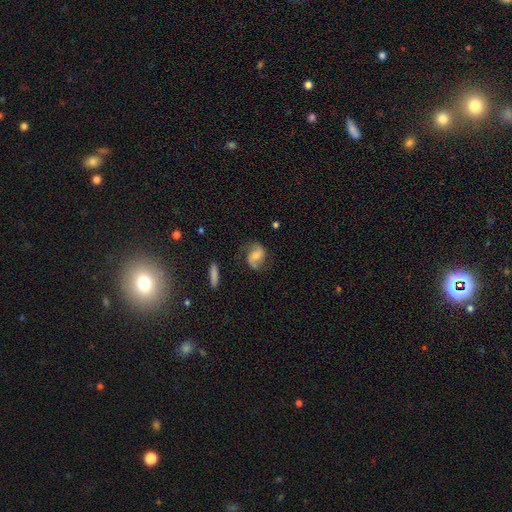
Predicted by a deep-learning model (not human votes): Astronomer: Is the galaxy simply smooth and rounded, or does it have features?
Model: featured or disk — 58% (runner-up: smooth, 34%).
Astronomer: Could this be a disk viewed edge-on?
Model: no — 96%.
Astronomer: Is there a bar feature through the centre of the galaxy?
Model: no — 40% (runner-up: weak, 39%).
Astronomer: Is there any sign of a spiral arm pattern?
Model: yes — 89%.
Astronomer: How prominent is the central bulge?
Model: moderate — 46% (runner-up: small, 37%).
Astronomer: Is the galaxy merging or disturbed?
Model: none — 67%.